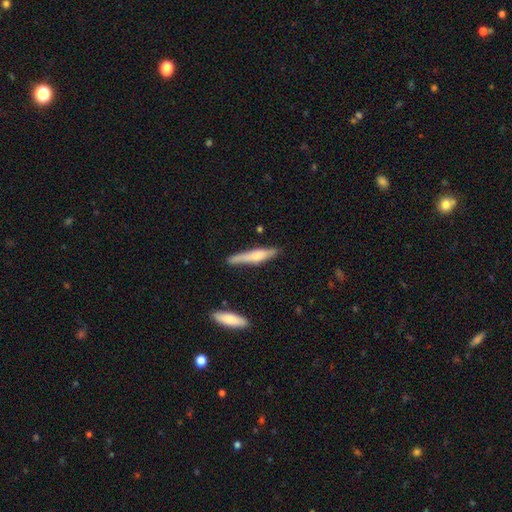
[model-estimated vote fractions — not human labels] smooth 57%, featured or disk 37%, star or artifact 6%. Down the decision tree: how rounded — cigar-shaped (88%); merging — none (73%).